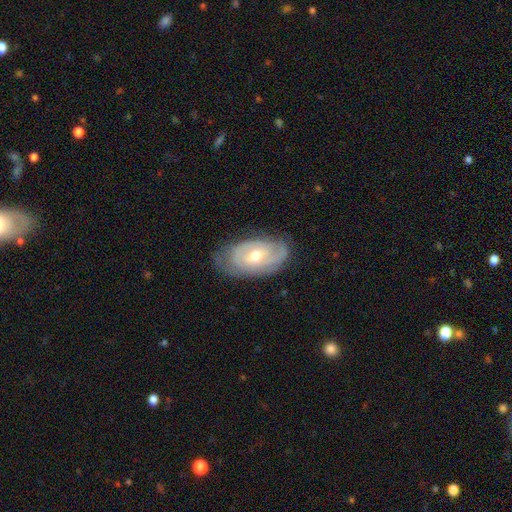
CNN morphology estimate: smooth_or_featured: featured or disk (p=0.70) [alt: smooth p=0.24]
disk_edge_on: no (p=0.92) [alt: yes p=0.08]
bar: no (p=0.67) [alt: weak p=0.27]
has_spiral_arms: yes (p=0.75) [alt: no p=0.25]
bulge_size: moderate (p=0.69) [alt: small p=0.26]
merging: none (p=0.66) [alt: minor disturbance p=0.25]